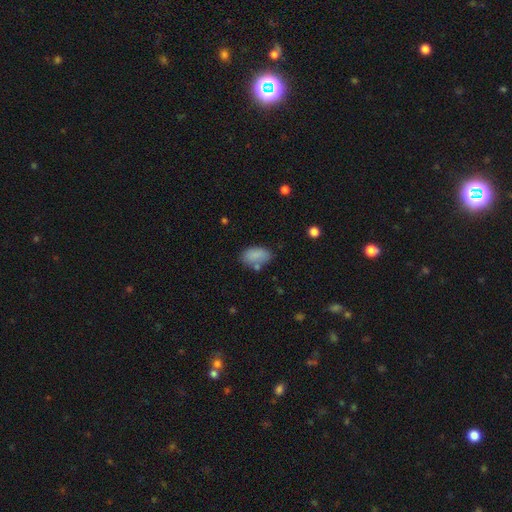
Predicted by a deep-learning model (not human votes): smooth 85%, star or artifact 8%, featured or disk 7%. Down the decision tree: how rounded — in between (92%); merging — none (68%).